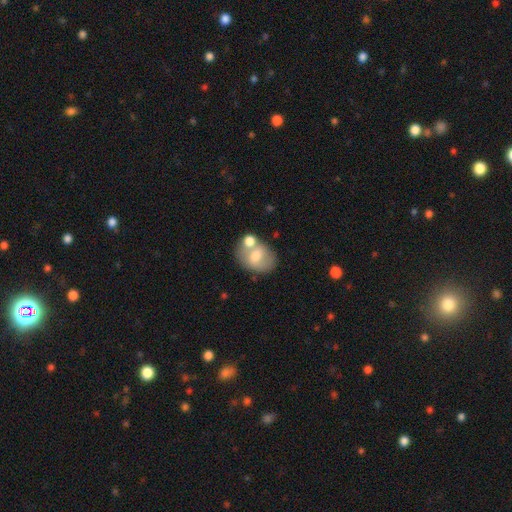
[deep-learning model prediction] This is likely a smooth galaxy (63%). How rounded: possibly in between (60%). Merging: possibly none (46%).